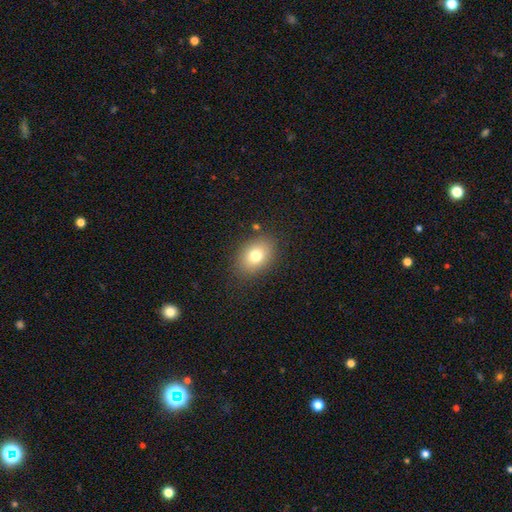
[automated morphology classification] type=smooth (78%); roundness=in between (73%); merging=none (85%).